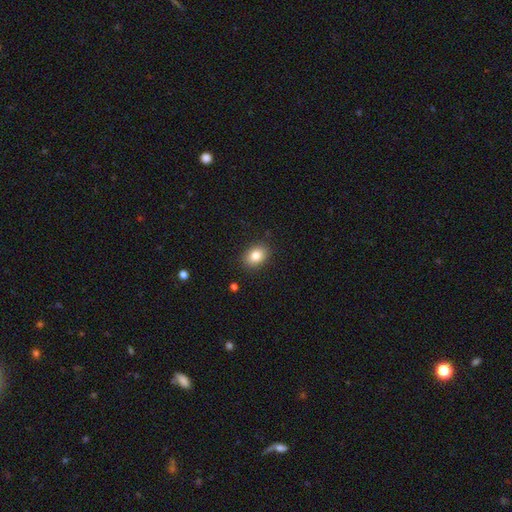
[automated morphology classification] Smooth or featured: smooth — 83% (star or artifact — 9%)
How rounded: in between — 71% (round — 27%)
Merging: none — 88% (minor disturbance — 9%)